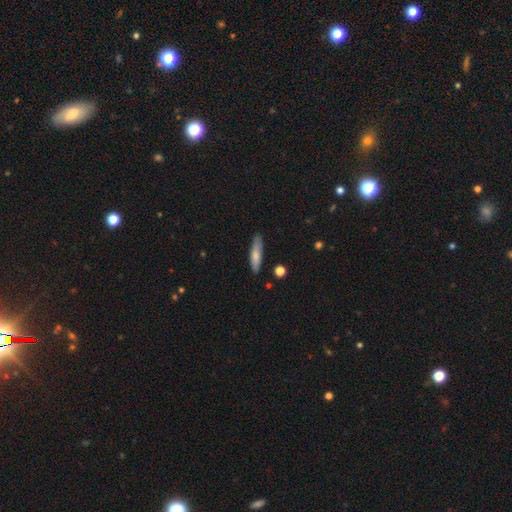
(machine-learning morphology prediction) Smooth or featured? Predicted: smooth (p=0.72). How rounded? Predicted: cigar-shaped (p=0.79). Merging? Predicted: none (p=0.83).